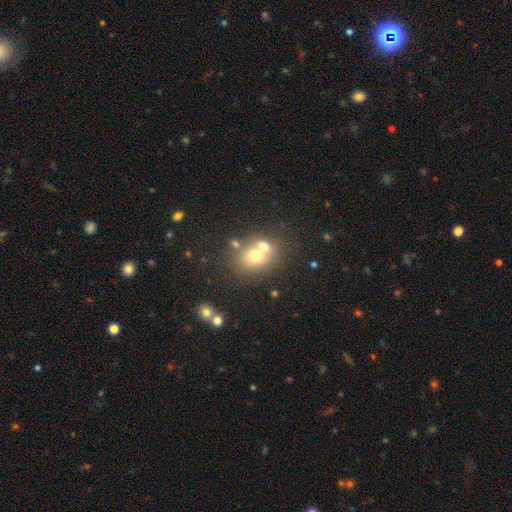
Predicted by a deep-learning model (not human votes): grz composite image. It shows a smooth galaxy with no disk features (66%) that is round (62%). Merging: merger (50%).